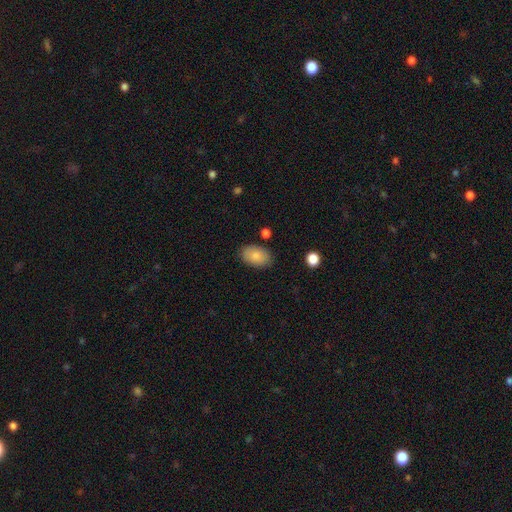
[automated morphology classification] Smooth or featured? Predicted: smooth (p=0.85). How rounded? Predicted: in between (p=0.91). Merging? Predicted: none (p=0.83).